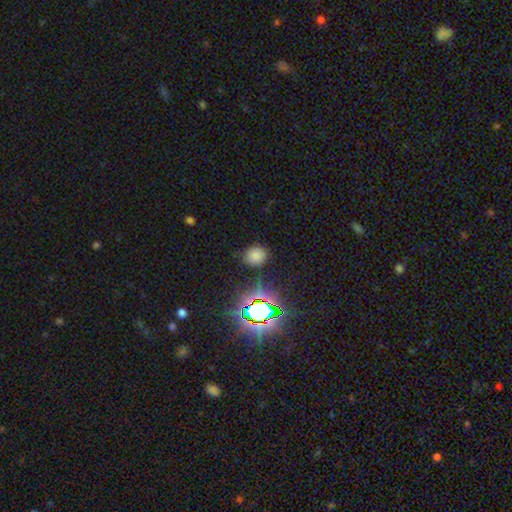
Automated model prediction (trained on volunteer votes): smooth_or_featured: smooth (p=0.70) [alt: star or artifact p=0.24]
how_rounded: round (p=0.69) [alt: in between p=0.30]
merging: none (p=0.81) [alt: minor disturbance p=0.13]